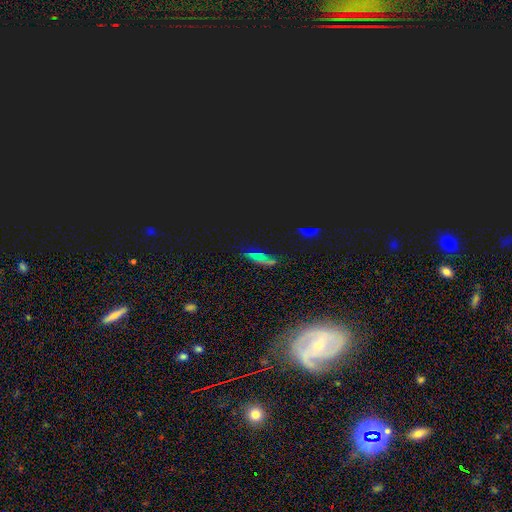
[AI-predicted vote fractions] Smooth or featured: star or artifact — 52% (smooth — 28%)